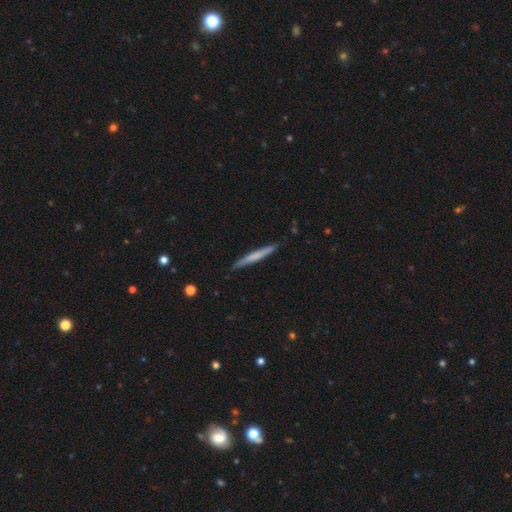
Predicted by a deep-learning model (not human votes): This is possibly a smooth galaxy (58%). How rounded: clearly cigar-shaped (96%). Merging: clearly none (88%).